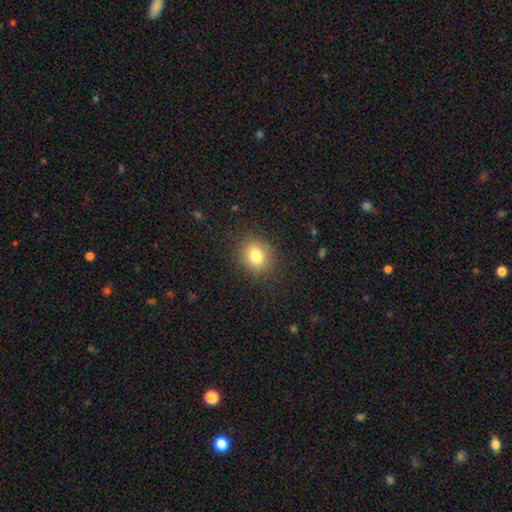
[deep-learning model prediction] smooth 79%, star or artifact 12%, featured or disk 9%. Down the decision tree: how rounded — round (71%); merging — none (88%).